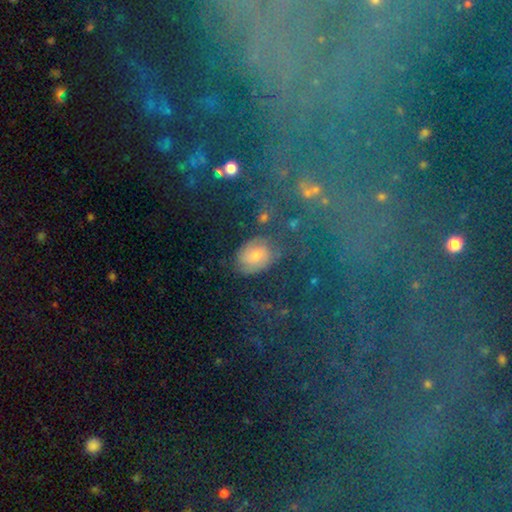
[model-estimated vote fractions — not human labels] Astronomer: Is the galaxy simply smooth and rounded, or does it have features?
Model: smooth — 41% (runner-up: featured or disk, 40%).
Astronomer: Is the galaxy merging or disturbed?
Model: none — 61%.